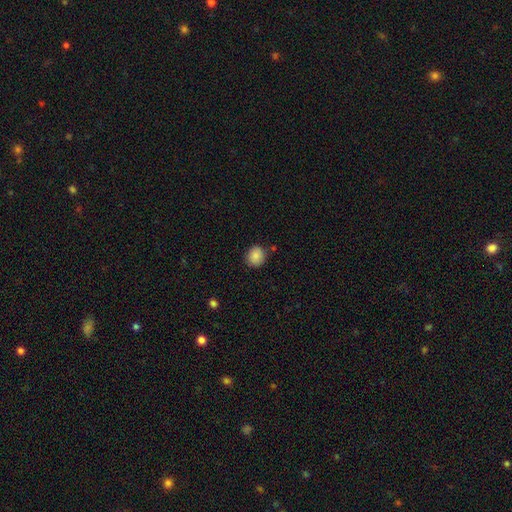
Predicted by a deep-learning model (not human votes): Smooth or featured: smooth — 87% (star or artifact — 8%)
How rounded: round — 78% (in between — 21%)
Merging: none — 84% (minor disturbance — 11%)